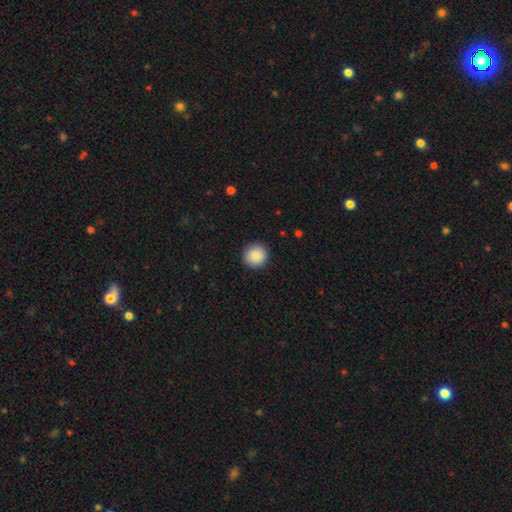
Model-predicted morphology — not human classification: Smooth or featured? smooth (89%)
How rounded? round (94%)
Merging? none (91%)